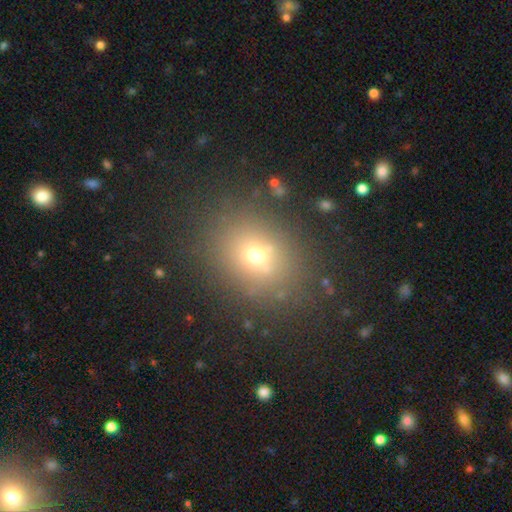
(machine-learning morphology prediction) smooth_or_featured: smooth (p=0.65) [alt: star or artifact p=0.23]
how_rounded: round (p=0.51) [alt: in between p=0.47]
merging: none (p=0.84) [alt: minor disturbance p=0.09]